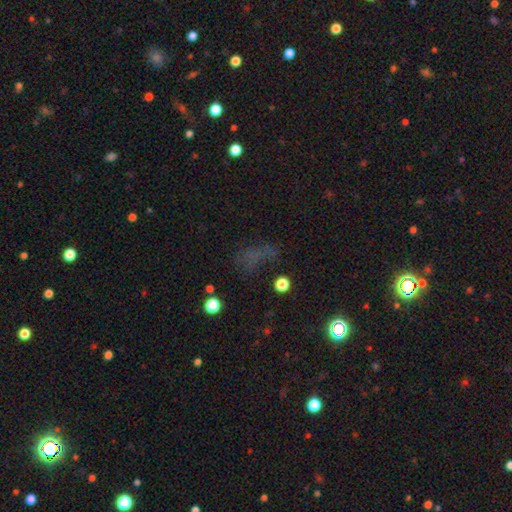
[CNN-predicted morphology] smooth-or-featured: star or artifact: 43% | smooth: 41% | featured or disk: 16%